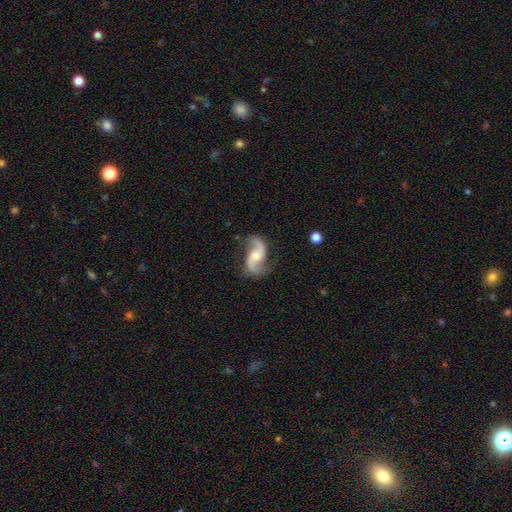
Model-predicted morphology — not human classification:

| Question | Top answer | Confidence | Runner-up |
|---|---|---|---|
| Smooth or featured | featured or disk | 89% | smooth (6%) |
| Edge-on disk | no | 97% | yes (3%) |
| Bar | no | 54% | weak (36%) |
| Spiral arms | yes | 97% | no (3%) |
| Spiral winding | loose | 58% | medium (35%) |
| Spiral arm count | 2 | 94% | 1 (2%) |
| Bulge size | moderate | 58% | small (34%) |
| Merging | none | 78% | minor disturbance (15%) |